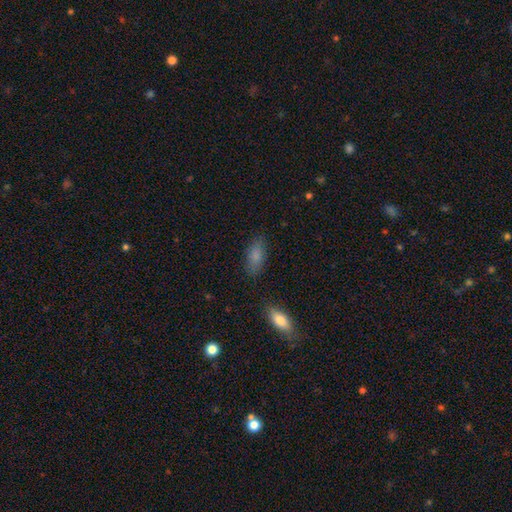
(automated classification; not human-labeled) Smooth or featured? smooth (83%)
How rounded? in between (82%)
Merging? none (81%)